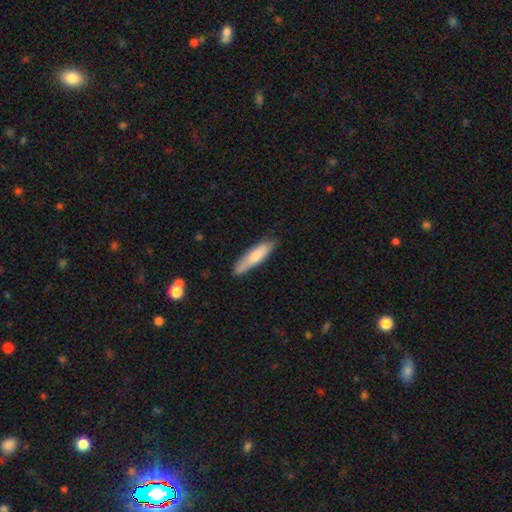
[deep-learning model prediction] This appears to be a smooth galaxy with no disk features (72%) that is cigar-shaped (77%). Merging: none (80%).